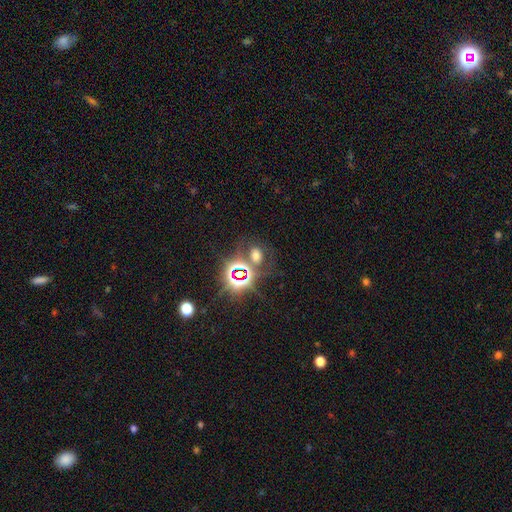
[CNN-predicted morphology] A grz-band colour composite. It shows a star or artifact, not a galaxy (48%).